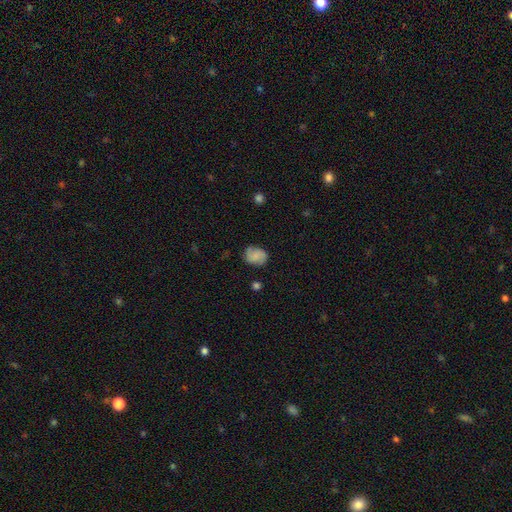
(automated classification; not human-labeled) smooth-or-featured: smooth: 64% | featured or disk: 28% | star or artifact: 9%
  how-rounded: in between: 53% | round: 46% | cigar-shaped: 1%
  merging: none: 74% | minor disturbance: 19% | major disturbance: 5% | merger: 2%